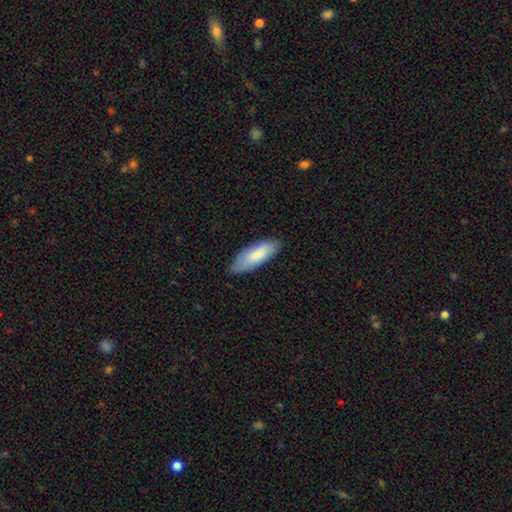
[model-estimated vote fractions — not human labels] smooth-or-featured: smooth: 82% | featured or disk: 12% | star or artifact: 5%
  how-rounded: in between: 65% | cigar-shaped: 33% | round: 1%
  merging: none: 77% | minor disturbance: 19% | major disturbance: 3% | merger: 1%